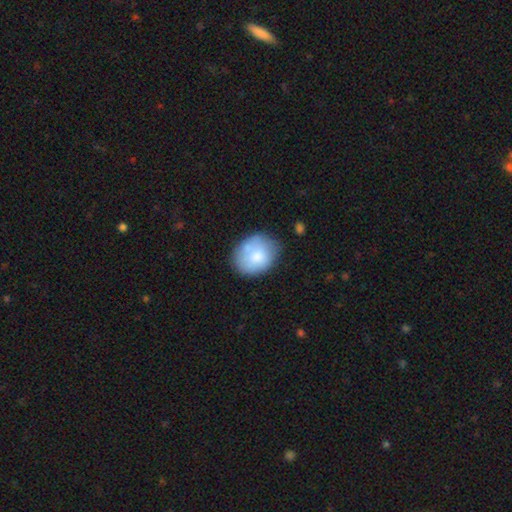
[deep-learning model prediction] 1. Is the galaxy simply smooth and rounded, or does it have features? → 78% smooth, 16% featured or disk, 7% star or artifact.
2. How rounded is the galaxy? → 51% round, 48% in between, 1% cigar-shaped.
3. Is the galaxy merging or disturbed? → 61% none, 25% minor disturbance, 7% major disturbance, 6% merger.